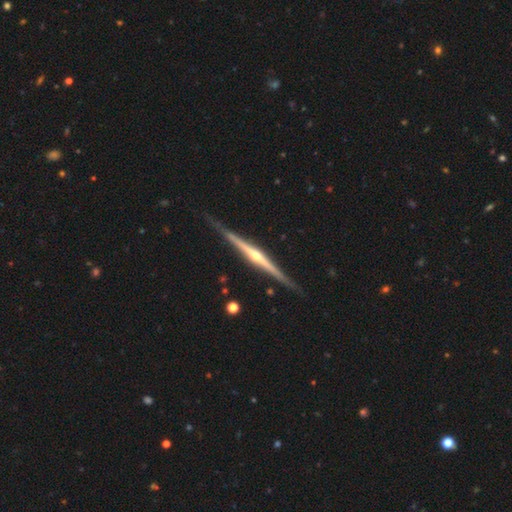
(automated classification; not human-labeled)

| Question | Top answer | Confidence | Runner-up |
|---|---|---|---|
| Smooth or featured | featured or disk | 87% | smooth (9%) |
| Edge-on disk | yes | 98% | no (2%) |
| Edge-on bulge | rounded | 86% | none (9%) |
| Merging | none | 86% | minor disturbance (10%) |